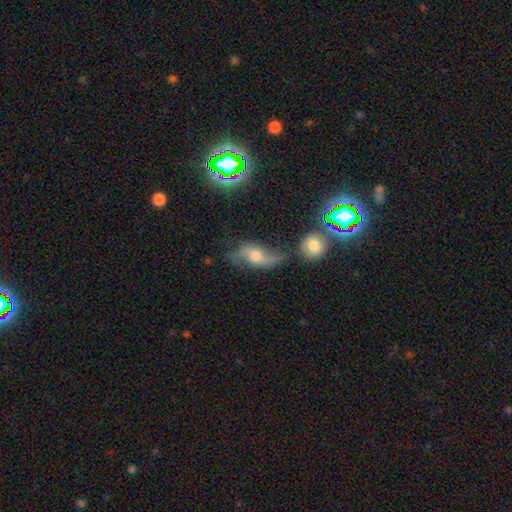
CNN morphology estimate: Q: Smooth or featured?
A: featured or disk (64%); runner-up: smooth (19%)
Q: Edge-on disk?
A: no (89%); runner-up: yes (11%)
Q: Bar?
A: no (59%); runner-up: weak (30%)
Q: Spiral arms?
A: yes (90%); runner-up: no (10%)
Q: Spiral winding?
A: loose (85%); runner-up: medium (11%)
Q: Spiral arm count?
A: 2 (89%); runner-up: can't tell (5%)
Q: Bulge size?
A: moderate (63%); runner-up: small (22%)
Q: Merging?
A: none (55%); runner-up: minor disturbance (24%)